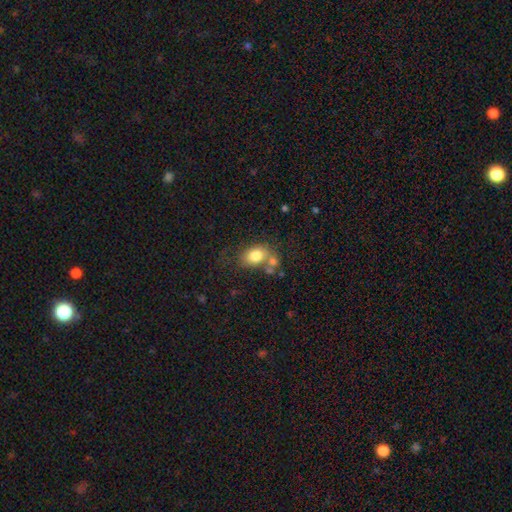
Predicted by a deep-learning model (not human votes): Smooth or featured? smooth (78%)
How rounded? in between (68%)
Merging? none (47%)